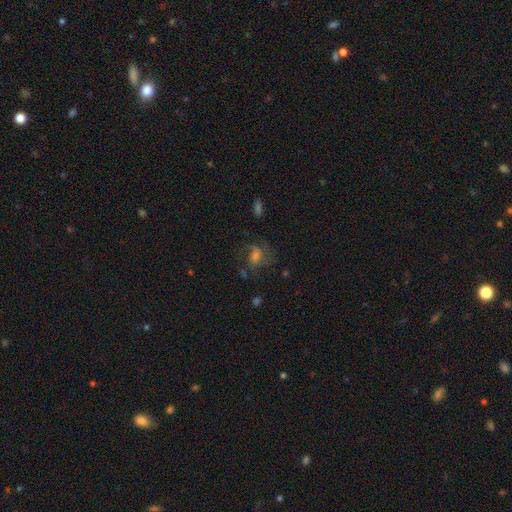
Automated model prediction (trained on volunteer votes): Smooth or featured: featured or disk — 63% (smooth — 21%)
Edge-on disk: no — 97% (yes — 3%)
Bar: no — 50% (weak — 41%)
Spiral arms: yes — 88% (no — 12%)
Spiral winding: medium — 51% (loose — 31%)
Spiral arm count: 2 — 51% (can't tell — 19%)
Bulge size: moderate — 42% (small — 38%)
Merging: none — 61% (major disturbance — 20%)